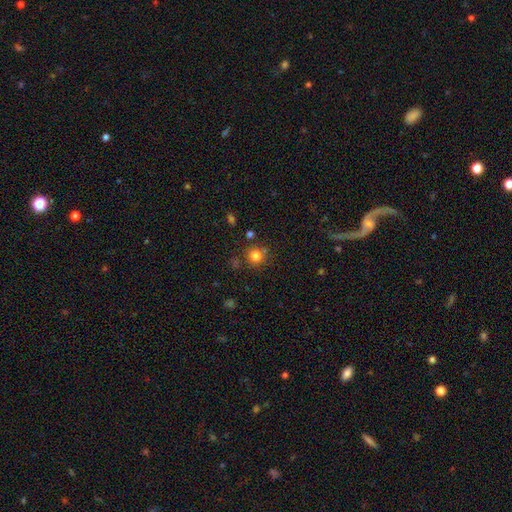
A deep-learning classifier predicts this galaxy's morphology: Smooth or featured?
  - smooth: 79% *
  - star or artifact: 15%
  - featured or disk: 6%
How rounded?
  - round: 93% *
  - in between: 7%
  - cigar-shaped: 1%
Merging?
  - none: 79% *
  - minor disturbance: 9%
  - merger: 8%
  - major disturbance: 3%